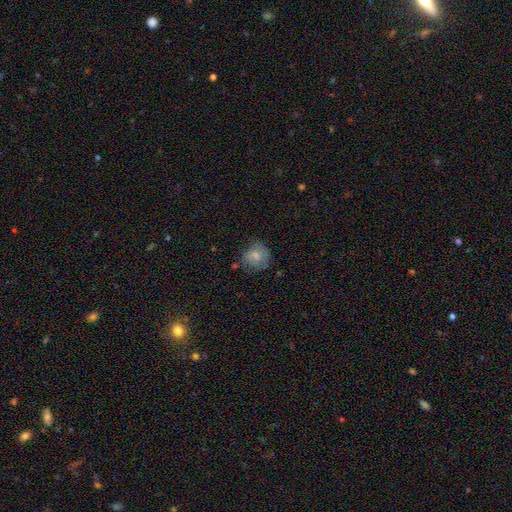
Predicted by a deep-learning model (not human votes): Q: Smooth or featured?
A: smooth (65%); runner-up: featured or disk (27%)
Q: How rounded?
A: round (77%); runner-up: in between (22%)
Q: Merging?
A: none (60%); runner-up: minor disturbance (27%)